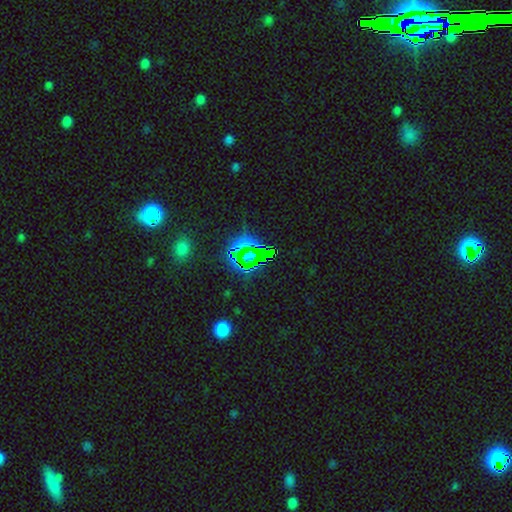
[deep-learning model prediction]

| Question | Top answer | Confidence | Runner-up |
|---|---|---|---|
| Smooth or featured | star or artifact | 74% | smooth (16%) |